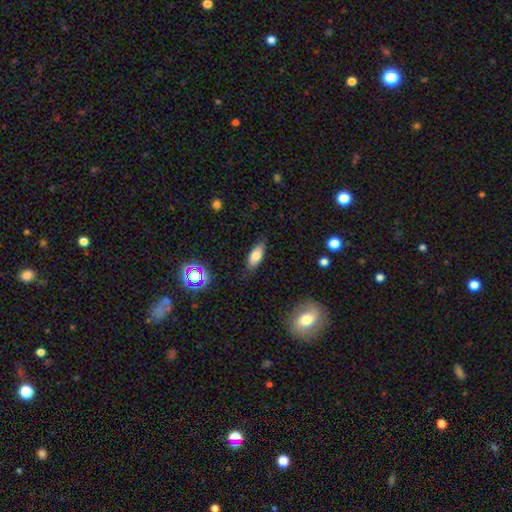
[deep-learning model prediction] Smooth or featured? Predicted: smooth (p=0.75). How rounded? Predicted: in between (p=0.77). Merging? Predicted: none (p=0.83).